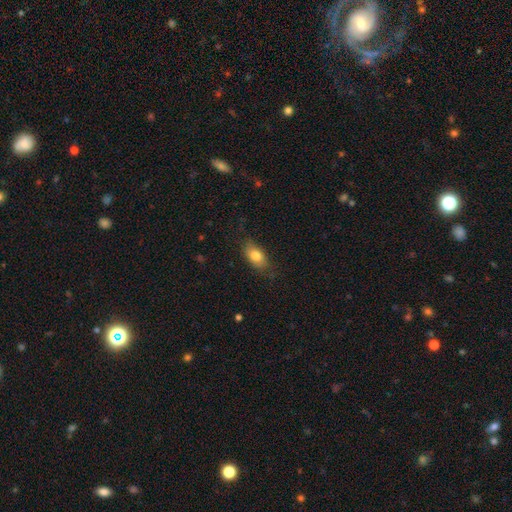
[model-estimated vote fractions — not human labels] This appears to be a smooth galaxy with no disk features (79%) that is in between round and cigar-shaped (87%). Merging: none (75%).